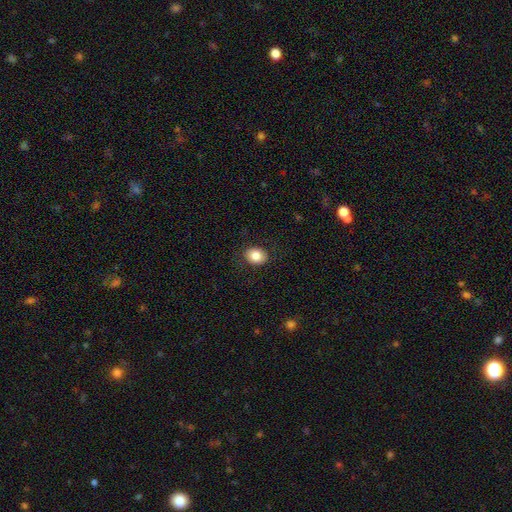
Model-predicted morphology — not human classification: type=smooth (83%); roundness=in between (51%); merging=none (86%).